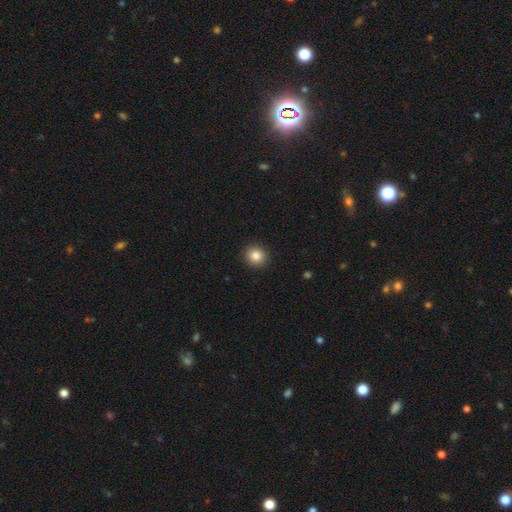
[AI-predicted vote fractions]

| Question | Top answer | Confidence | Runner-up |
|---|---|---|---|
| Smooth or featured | smooth | 85% | star or artifact (10%) |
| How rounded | round | 90% | in between (9%) |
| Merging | none | 93% | minor disturbance (5%) |